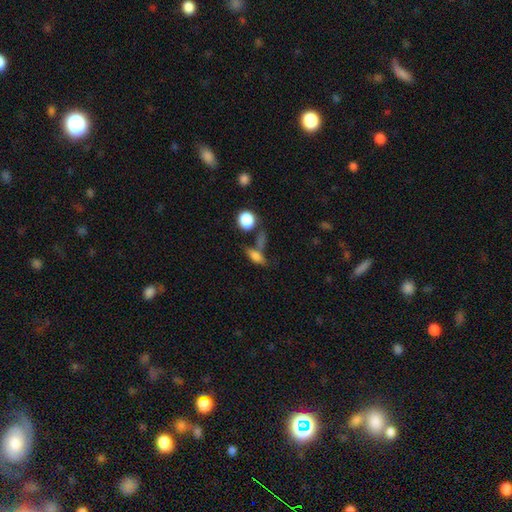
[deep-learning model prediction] A smooth galaxy with no disk features (69%) that is in between round and cigar-shaped (63%).

Vote fractions:
- Smooth or featured? smooth: 69% / featured or disk: 20% / star or artifact: 11%
- How rounded? in between: 63% / cigar-shaped: 24% / round: 13%
- Merging? none: 47% / merger: 26% / minor disturbance: 16% / major disturbance: 11%